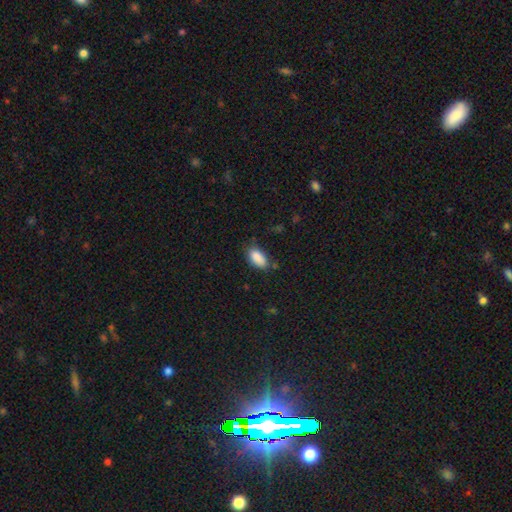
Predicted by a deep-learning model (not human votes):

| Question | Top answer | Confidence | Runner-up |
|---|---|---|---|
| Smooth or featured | smooth | 88% | star or artifact (7%) |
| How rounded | in between | 92% | cigar-shaped (6%) |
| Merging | none | 76% | minor disturbance (18%) |